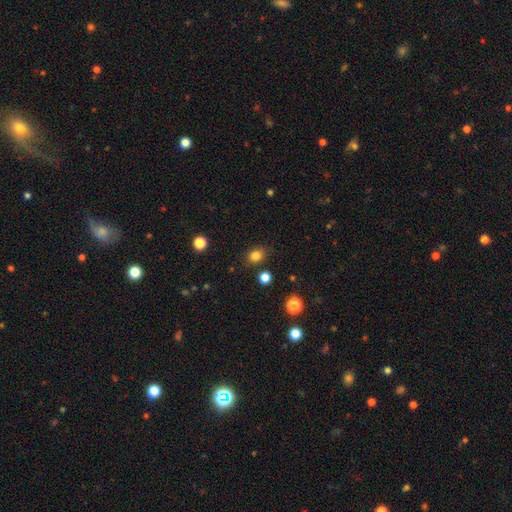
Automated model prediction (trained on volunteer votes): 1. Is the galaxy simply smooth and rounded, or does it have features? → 82% smooth, 13% star or artifact, 5% featured or disk.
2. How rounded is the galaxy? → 55% round, 44% in between, 1% cigar-shaped.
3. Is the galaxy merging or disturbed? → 83% none, 11% minor disturbance, 3% major disturbance, 3% merger.